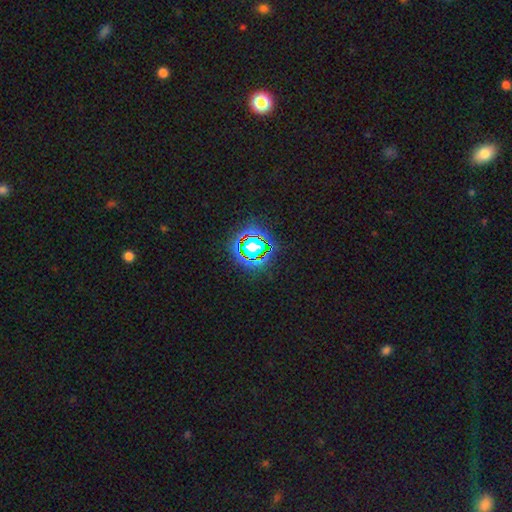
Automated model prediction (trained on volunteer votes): smooth_or_featured: star or artifact (p=0.79) [alt: smooth p=0.14]